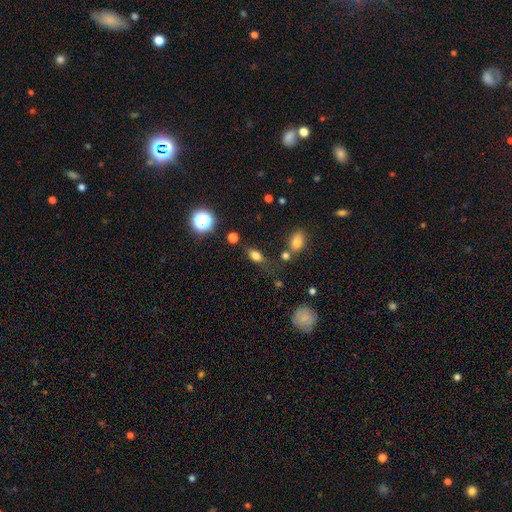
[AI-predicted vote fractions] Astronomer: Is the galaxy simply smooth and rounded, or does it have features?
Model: smooth — 78%.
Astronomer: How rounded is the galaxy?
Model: in between — 80%.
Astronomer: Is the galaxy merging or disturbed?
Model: none — 70%.